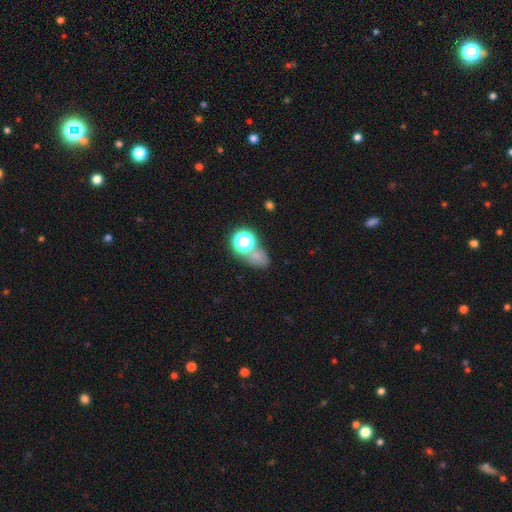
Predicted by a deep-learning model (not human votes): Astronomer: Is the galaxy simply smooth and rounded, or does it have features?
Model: smooth — 58%.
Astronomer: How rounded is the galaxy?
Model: round — 49% (runner-up: in between, 48%).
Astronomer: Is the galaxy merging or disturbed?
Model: none — 46% (runner-up: merger, 24%).